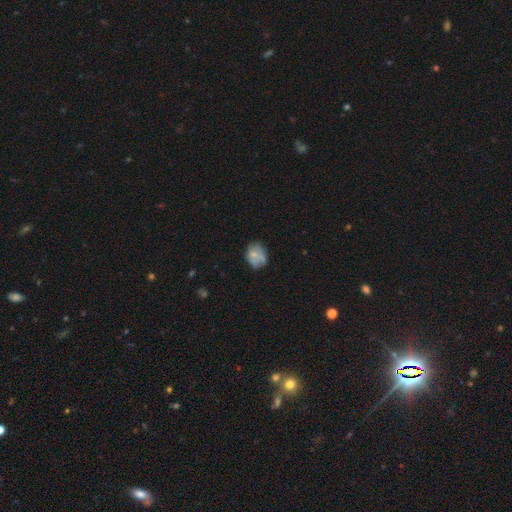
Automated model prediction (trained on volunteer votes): This appears to be a smooth galaxy with no disk features (58%) that is in between round and cigar-shaped (55%). Merging: none (56%).